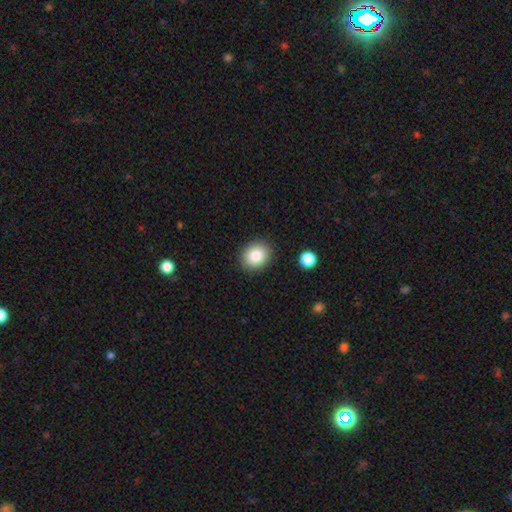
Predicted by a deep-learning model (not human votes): This appears to be a smooth galaxy with no disk features (85%) that is round (65%). Merging: none (89%).